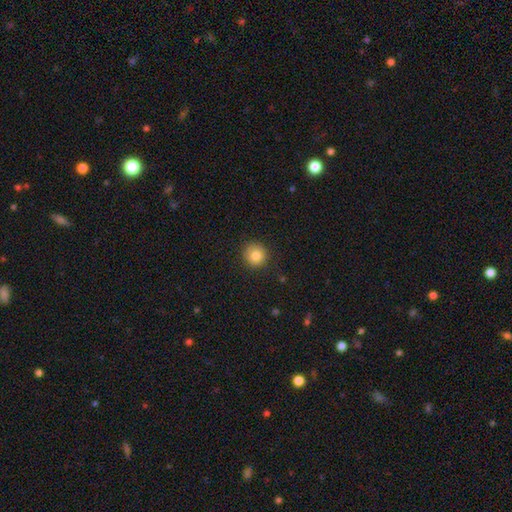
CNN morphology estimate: A smooth galaxy with no disk features (83%) that is round (93%). Merging: none (90%).